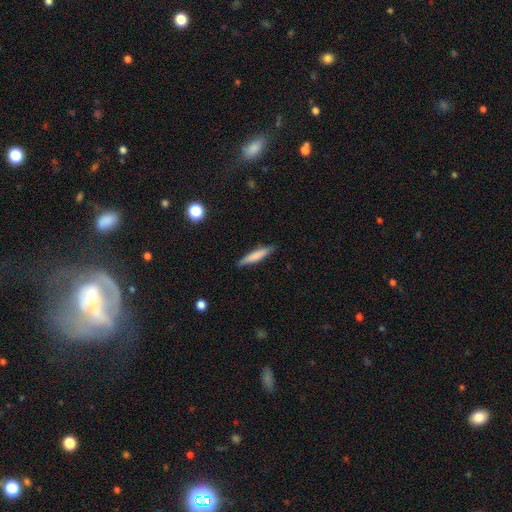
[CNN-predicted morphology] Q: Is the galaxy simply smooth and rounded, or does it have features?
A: smooth — 71%.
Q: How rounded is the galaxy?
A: cigar-shaped — 89%.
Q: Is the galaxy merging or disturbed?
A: none — 85%.